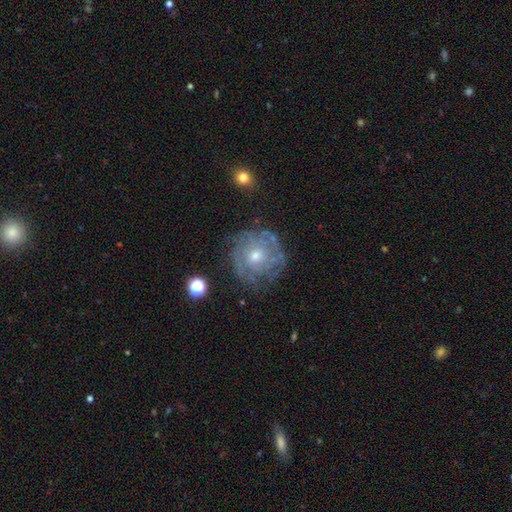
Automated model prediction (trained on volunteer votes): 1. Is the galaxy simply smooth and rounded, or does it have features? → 73% featured or disk, 18% smooth, 9% star or artifact.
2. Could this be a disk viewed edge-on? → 97% no, 3% yes.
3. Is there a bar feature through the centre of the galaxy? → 82% no, 16% weak, 3% strong.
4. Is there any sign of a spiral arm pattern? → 78% yes, 22% no.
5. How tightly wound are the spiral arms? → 71% tight, 21% medium, 8% loose.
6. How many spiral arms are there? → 60% can't tell, 11% 2, 11% 3, 8% 4, 5% more than 4, 5% 1.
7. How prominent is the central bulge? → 55% moderate, 41% small, 2% large, 1% none, 1% dominant.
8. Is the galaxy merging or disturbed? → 72% none, 18% minor disturbance, 9% major disturbance, 2% merger.